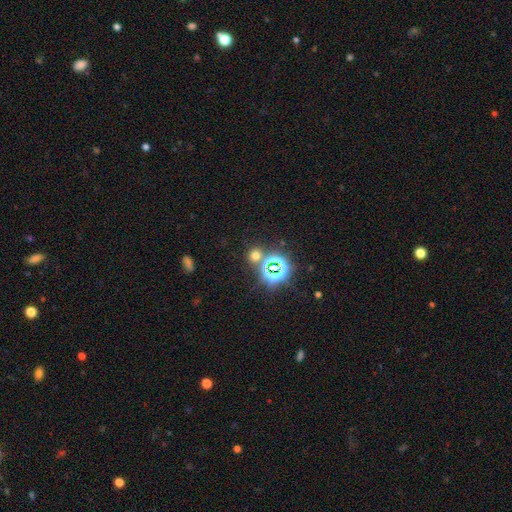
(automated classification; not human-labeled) A smooth galaxy with no disk features (51%) that is round (82%). Merging: none (74%).